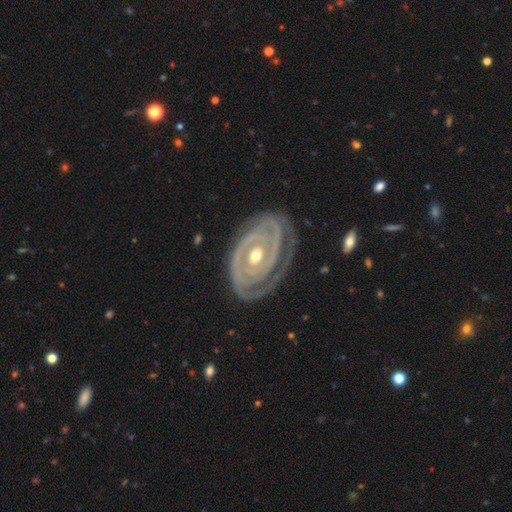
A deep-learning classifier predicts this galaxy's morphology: smooth_or_featured: featured or disk (p=0.91) [alt: star or artifact p=0.04]
disk_edge_on: no (p=0.96) [alt: yes p=0.04]
bar: no (p=0.53) [alt: weak p=0.27]
has_spiral_arms: yes (p=0.97) [alt: no p=0.03]
spiral_winding: tight (p=0.84) [alt: medium p=0.14]
spiral_arm_count: 2 (p=0.55) [alt: 3 p=0.16]
bulge_size: moderate (p=0.59) [alt: small p=0.37]
merging: none (p=0.76) [alt: minor disturbance p=0.16]